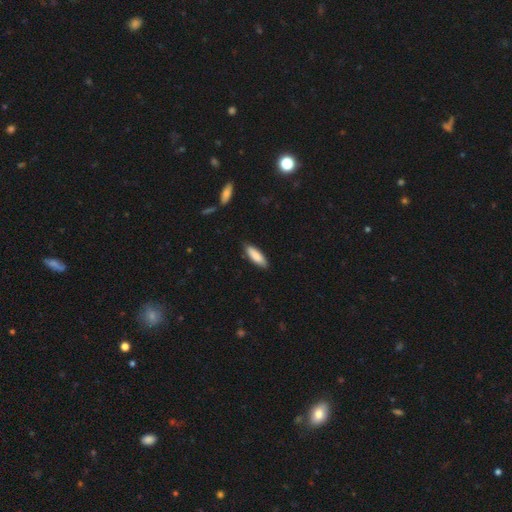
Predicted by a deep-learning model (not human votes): Morphology: type=smooth (84%); roundness=in between (52%); merging=none (86%).